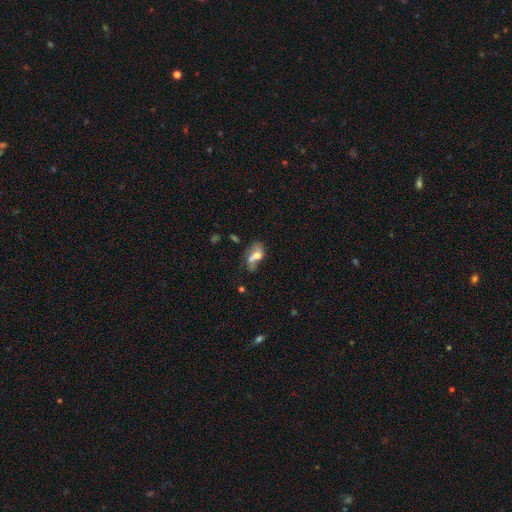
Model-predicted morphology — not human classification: This appears to be a smooth galaxy with no disk features (50%) that is in between round and cigar-shaped (85%). Merging: none (28%).